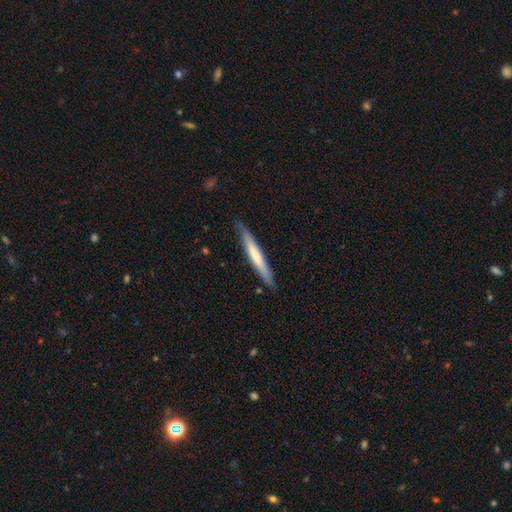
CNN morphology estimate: Smooth or featured? Predicted: smooth (p=0.57). How rounded? Predicted: cigar-shaped (p=0.96). Merging? Predicted: none (p=0.85).